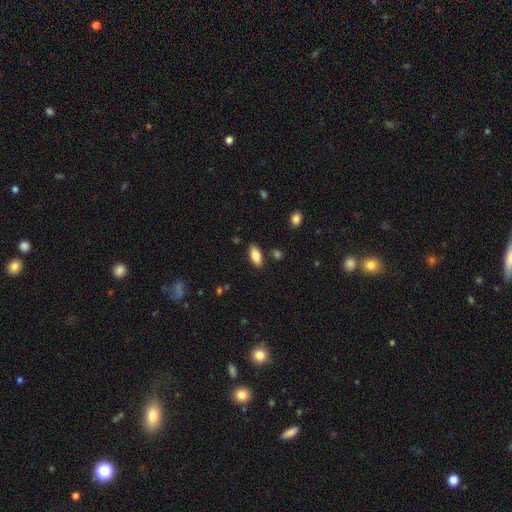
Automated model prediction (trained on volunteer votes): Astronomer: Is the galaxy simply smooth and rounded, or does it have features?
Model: smooth — 79%.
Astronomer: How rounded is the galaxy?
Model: in between — 87%.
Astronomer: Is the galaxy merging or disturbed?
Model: none — 84%.